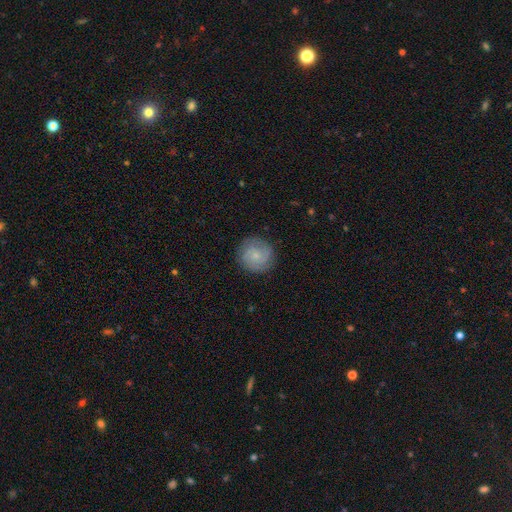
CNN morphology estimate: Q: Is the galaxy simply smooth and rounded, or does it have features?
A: featured or disk — 60%.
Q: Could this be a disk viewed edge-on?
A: no — 98%.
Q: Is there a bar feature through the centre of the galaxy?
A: no — 74%.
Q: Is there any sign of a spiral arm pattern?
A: yes — 92%.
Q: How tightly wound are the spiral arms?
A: tight — 63%.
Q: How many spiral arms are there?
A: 2 — 47%.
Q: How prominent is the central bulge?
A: small — 77%.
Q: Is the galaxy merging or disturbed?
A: none — 85%.